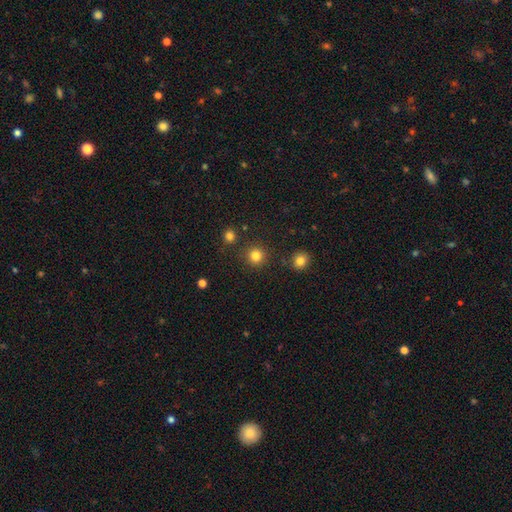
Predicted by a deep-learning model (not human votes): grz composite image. It shows a smooth galaxy with no disk features (83%) that is round (94%). Merging: none (89%).